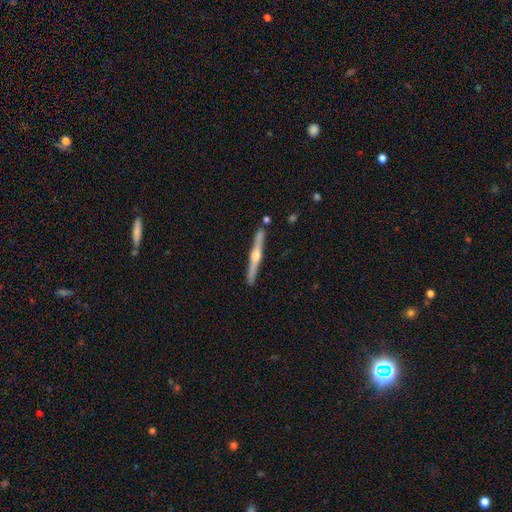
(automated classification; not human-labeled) This is likely a featured or disk galaxy (78%). It is clearly viewed edge-on (98%). Edge-on bulge: clearly rounded (90%). Merging: clearly none (90%).